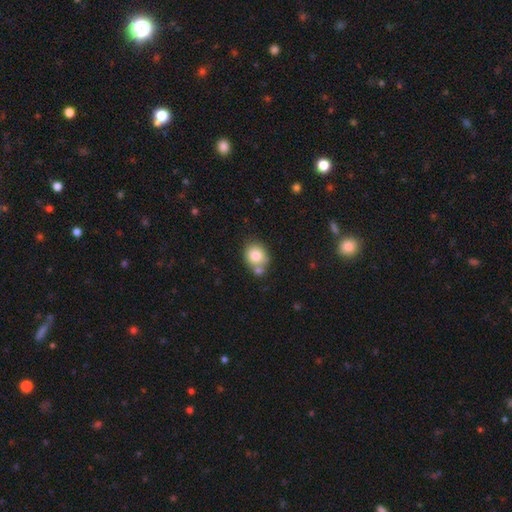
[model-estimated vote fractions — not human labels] Smooth or featured? smooth (80%)
How rounded? round (65%)
Merging? none (57%)